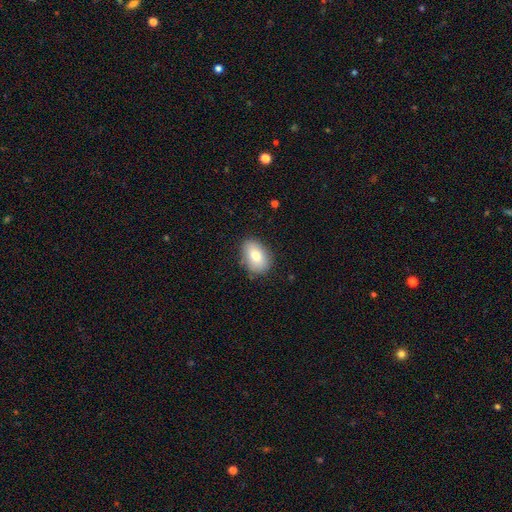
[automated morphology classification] Q: Smooth or featured?
A: smooth (79%); runner-up: featured or disk (13%)
Q: How rounded?
A: in between (82%); runner-up: round (16%)
Q: Merging?
A: none (83%); runner-up: minor disturbance (13%)